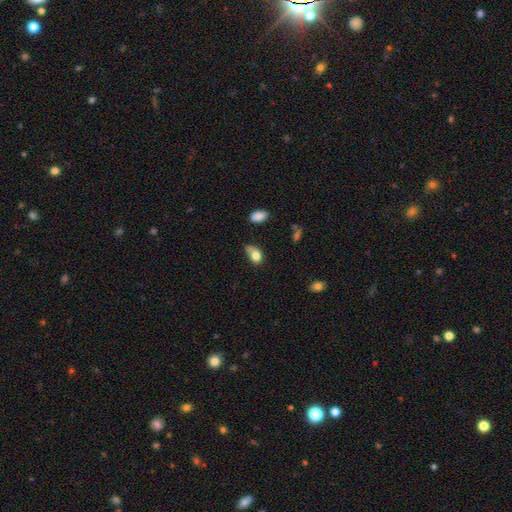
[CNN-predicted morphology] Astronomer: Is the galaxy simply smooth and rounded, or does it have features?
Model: smooth — 79%.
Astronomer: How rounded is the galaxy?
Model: in between — 73%.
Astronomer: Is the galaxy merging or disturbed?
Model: minor disturbance — 39% (runner-up: none, 32%).